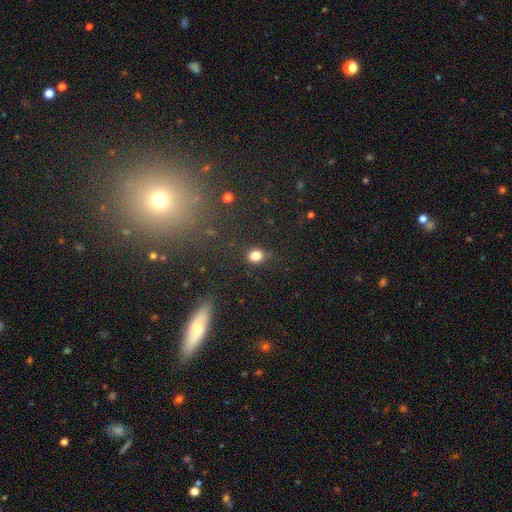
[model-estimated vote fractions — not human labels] Smooth or featured? Predicted: smooth (p=0.83). How rounded? Predicted: round (p=0.59). Merging? Predicted: none (p=0.83).